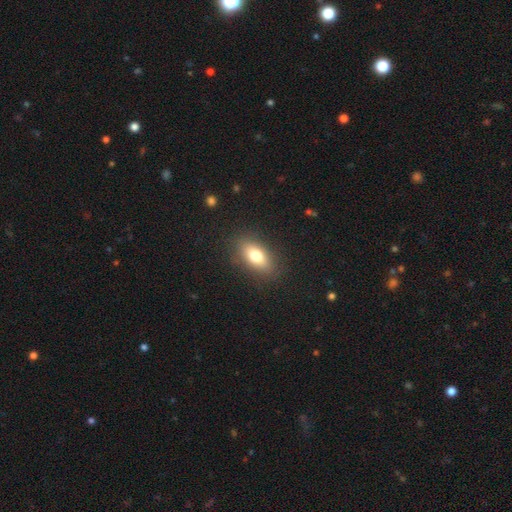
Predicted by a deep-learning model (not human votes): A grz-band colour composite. It shows a smooth galaxy with no disk features (76%) that is in between round and cigar-shaped (83%). Merging: none (86%).